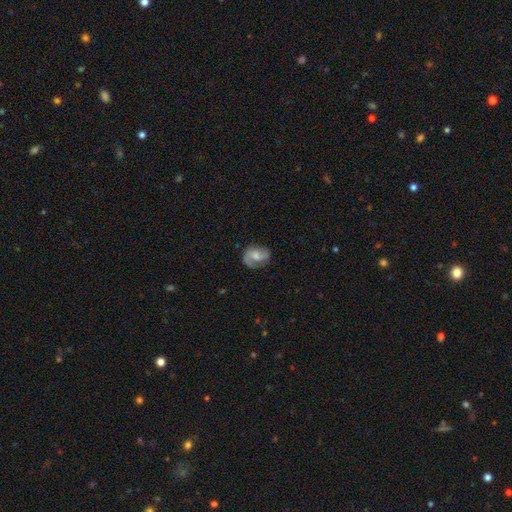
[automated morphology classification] This appears to be a featured or disk galaxy (61%) with no bar (52%), 2 (69%) medium (44%) spiral arms (89%) and a moderate central bulge (52%). Merging: none (62%).